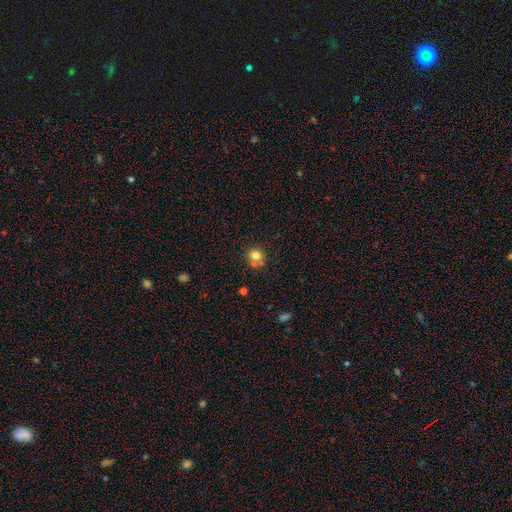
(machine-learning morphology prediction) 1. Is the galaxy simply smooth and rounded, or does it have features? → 77% smooth, 13% star or artifact, 10% featured or disk.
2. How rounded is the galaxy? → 82% round, 17% in between, 1% cigar-shaped.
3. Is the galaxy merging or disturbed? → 62% none, 22% merger, 12% minor disturbance, 4% major disturbance.